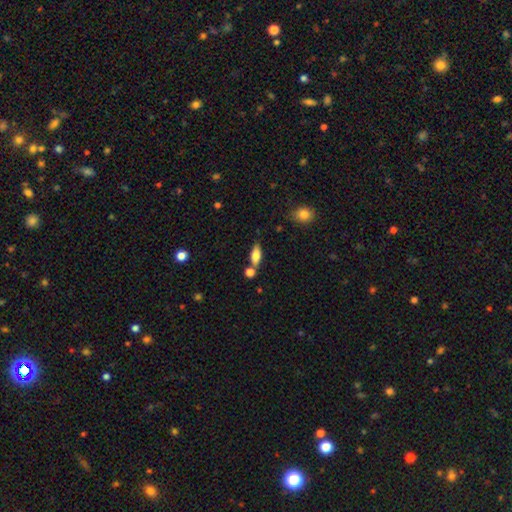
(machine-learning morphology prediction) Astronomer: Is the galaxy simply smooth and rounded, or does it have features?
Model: smooth — 73%.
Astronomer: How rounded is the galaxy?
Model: in between — 74%.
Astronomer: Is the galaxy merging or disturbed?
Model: none — 63%.